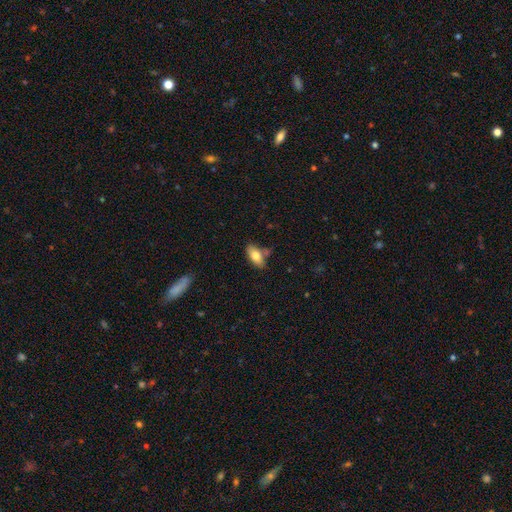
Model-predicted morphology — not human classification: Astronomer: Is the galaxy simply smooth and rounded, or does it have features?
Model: smooth — 79%.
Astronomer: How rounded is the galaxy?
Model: in between — 87%.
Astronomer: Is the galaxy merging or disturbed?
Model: none — 71%.